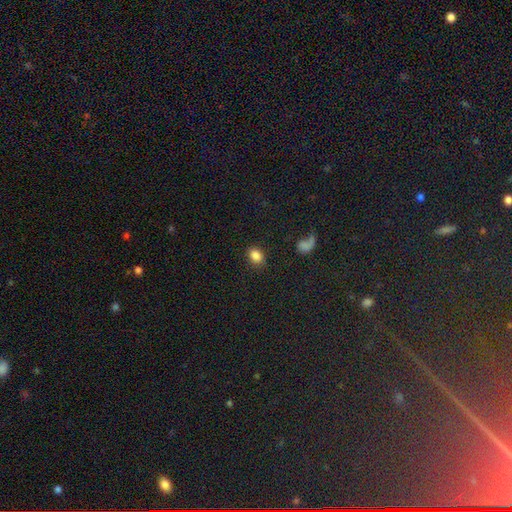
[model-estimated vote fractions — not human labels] Smooth or featured: smooth — 85% (star or artifact — 9%)
How rounded: in between — 61% (round — 38%)
Merging: none — 83% (minor disturbance — 10%)